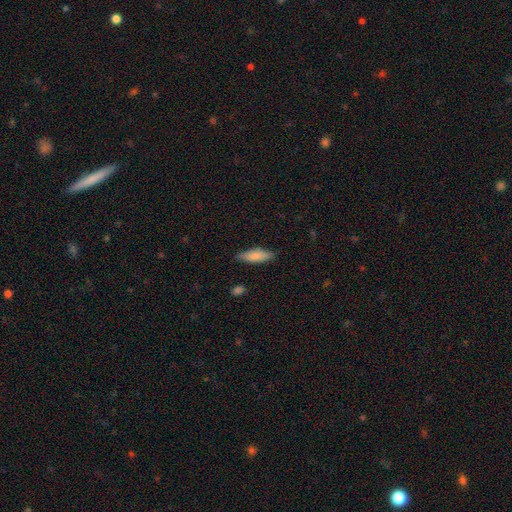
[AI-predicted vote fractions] This appears to be a smooth galaxy with no disk features (81%) that is in between round and cigar-shaped (49%, tied with cigar-shaped). Merging: none (83%).